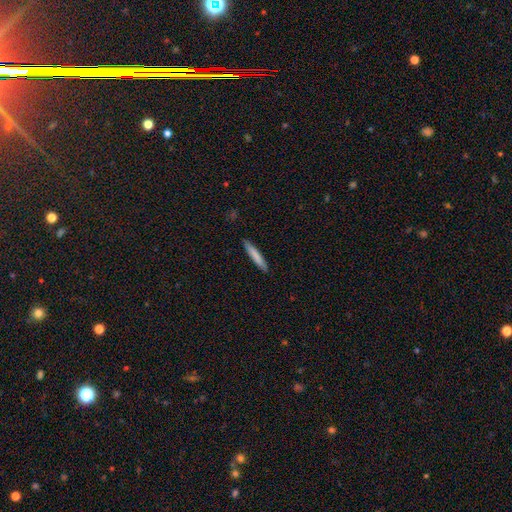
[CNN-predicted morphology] Smooth or featured?
  - smooth: 80% *
  - featured or disk: 14%
  - star or artifact: 6%
How rounded?
  - cigar-shaped: 94% *
  - in between: 5%
  - round: 1%
Merging?
  - none: 90% *
  - minor disturbance: 7%
  - major disturbance: 1%
  - merger: 1%